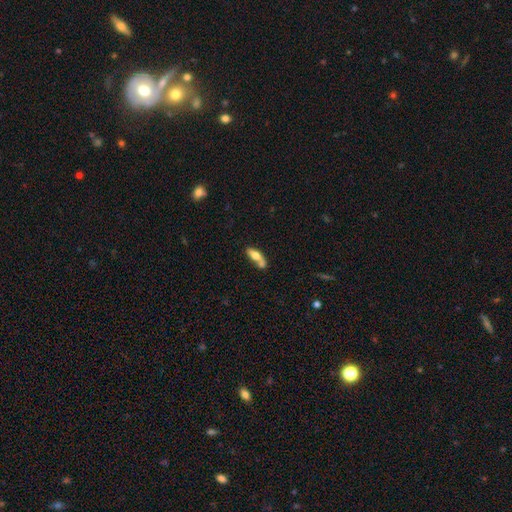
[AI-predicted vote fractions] smooth-or-featured: smooth: 60% | featured or disk: 33% | star or artifact: 7%
  how-rounded: in between: 65% | cigar-shaped: 32% | round: 4%
  merging: none: 40% (tied) | merger: 40% (tied) | minor disturbance: 14% | major disturbance: 6%